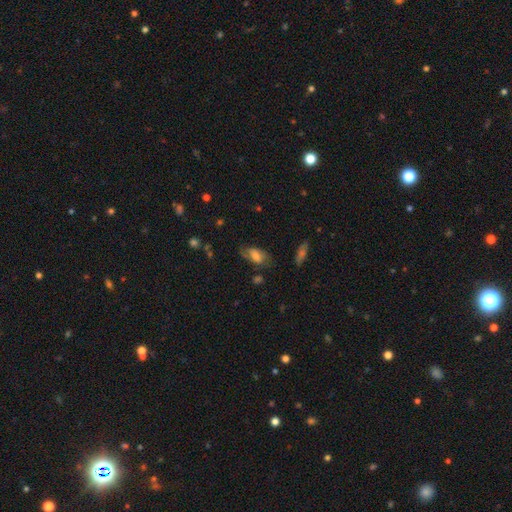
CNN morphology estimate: The model was most divided on "merging": none: 59%, minor disturbance: 25%, major disturbance: 13%, merger: 3%. More confident: how rounded — in between (88%); smooth or featured — smooth (63%).